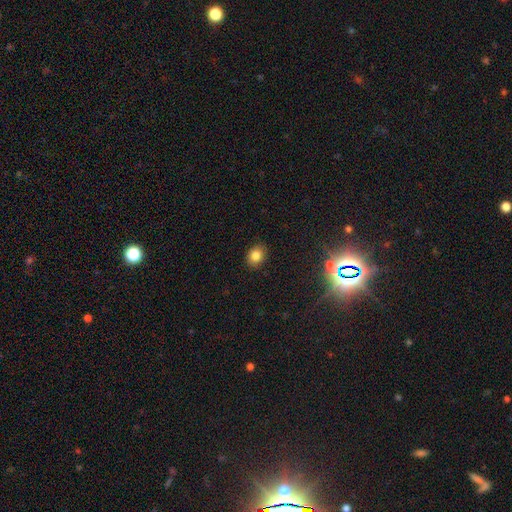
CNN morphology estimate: The model was most divided on "how rounded": in between: 50%, round: 49%, cigar-shaped: 1%. More confident: merging — none (88%); smooth or featured — smooth (82%).